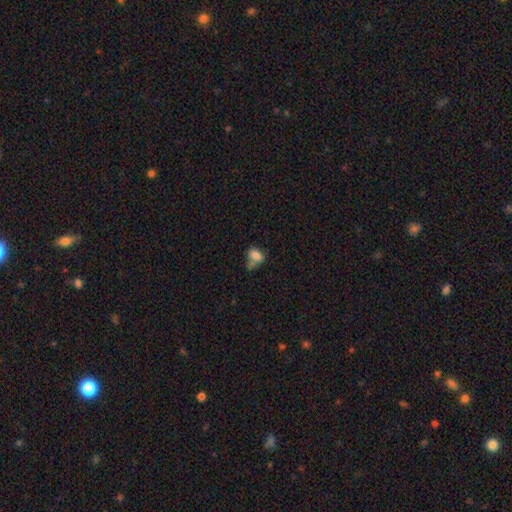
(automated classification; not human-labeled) The model was most divided on "merging": none: 33%, merger: 27%, minor disturbance: 24%, major disturbance: 15%. More confident: how rounded — in between (79%); smooth or featured — smooth (76%).